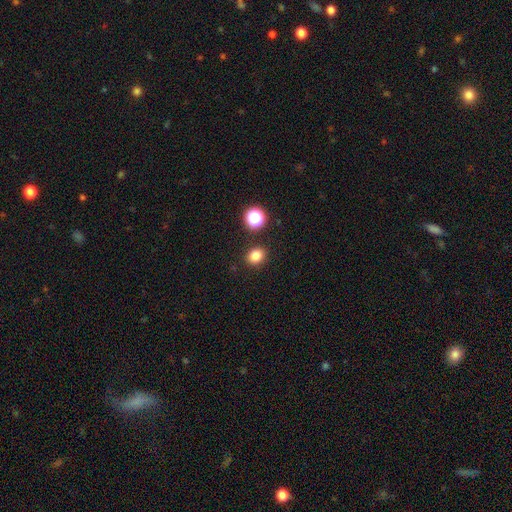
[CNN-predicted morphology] A smooth galaxy with no disk features (81%) that is round (57%). Merging: none (86%).